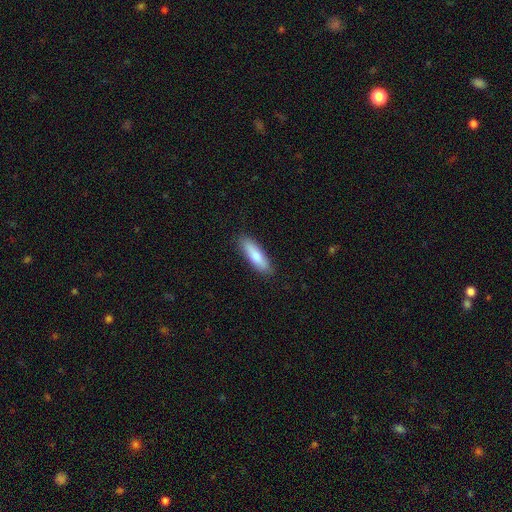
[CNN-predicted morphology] Smooth or featured?
  - smooth: 79% *
  - featured or disk: 15%
  - star or artifact: 6%
How rounded?
  - cigar-shaped: 58% *
  - in between: 41%
  - round: 2%
Merging?
  - none: 88% *
  - minor disturbance: 9%
  - major disturbance: 2%
  - merger: 1%